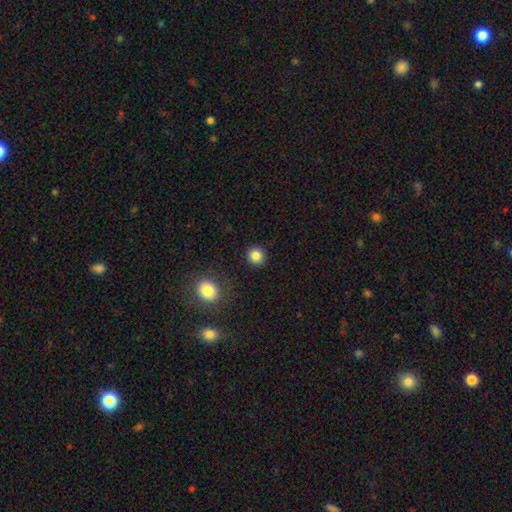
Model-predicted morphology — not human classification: A smooth galaxy with no disk features (84%) that is round (90%). Merging: none (91%).